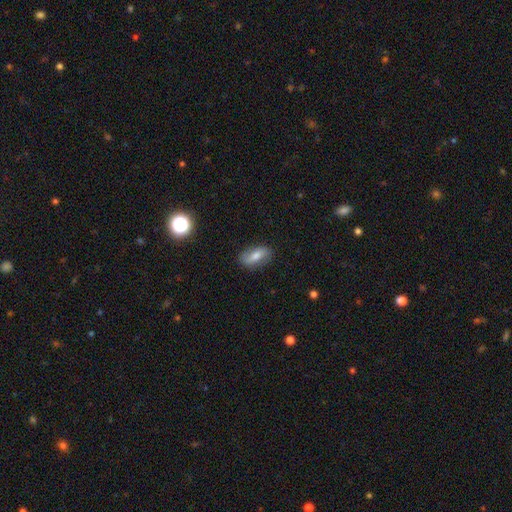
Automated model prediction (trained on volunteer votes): The model was most divided on "smooth or featured": smooth: 56%, featured or disk: 34%, star or artifact: 10%. More confident: how rounded — in between (81%); merging — none (81%).